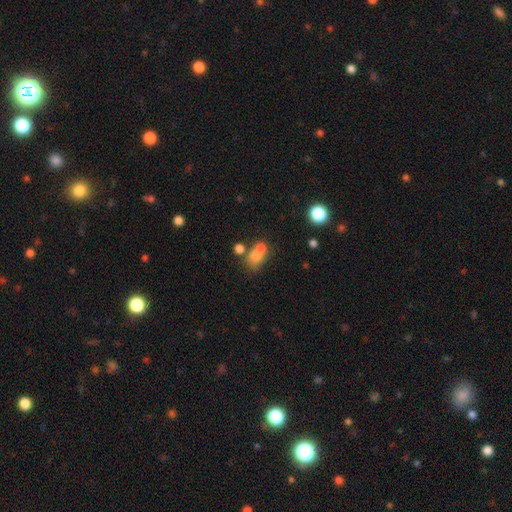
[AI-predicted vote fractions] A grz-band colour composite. It shows a smooth galaxy with no disk features (69%) that is in between round and cigar-shaped (55%). Merging: merger (47%).